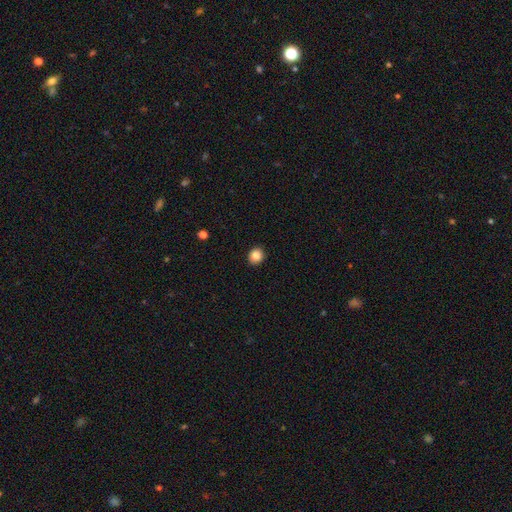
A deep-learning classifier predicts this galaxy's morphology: Q: Smooth or featured?
A: smooth (84%); runner-up: star or artifact (10%)
Q: How rounded?
A: round (81%); runner-up: in between (18%)
Q: Merging?
A: none (92%); runner-up: minor disturbance (5%)